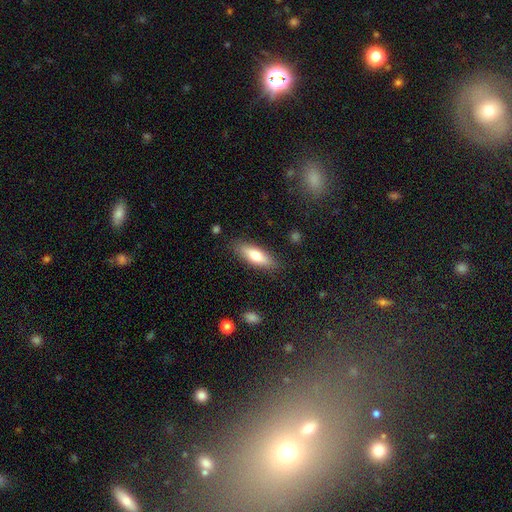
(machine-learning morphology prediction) smooth-or-featured: smooth: 73% | featured or disk: 21% | star or artifact: 6%
  how-rounded: in between: 53% | cigar-shaped: 45% | round: 2%
  merging: none: 85% | minor disturbance: 11% | major disturbance: 3% | merger: 2%